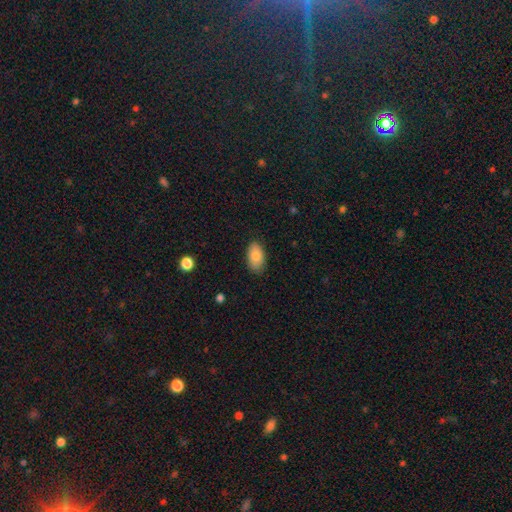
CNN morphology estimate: smooth-or-featured: smooth: 84% | featured or disk: 9% | star or artifact: 7%
  how-rounded: in between: 93% | round: 5% | cigar-shaped: 2%
  merging: none: 84% | minor disturbance: 12% | major disturbance: 2% | merger: 1%